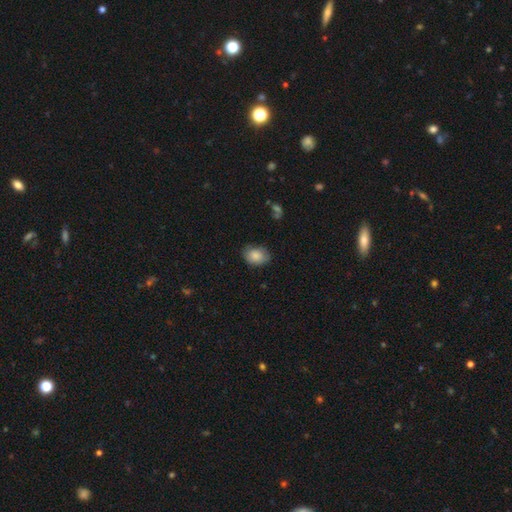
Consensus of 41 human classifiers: Smooth or featured? smooth (78%)
How rounded? in between (78%)
Merging? none (74%)